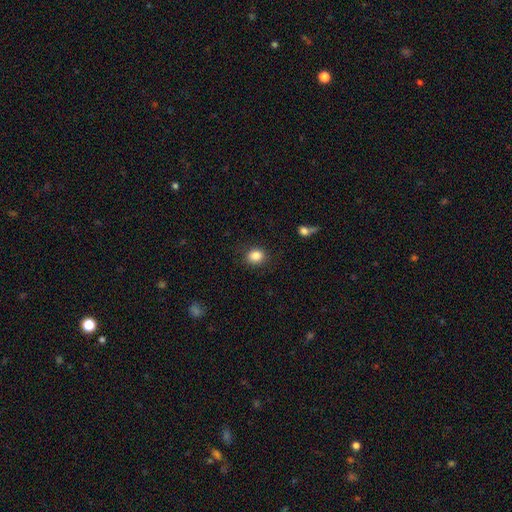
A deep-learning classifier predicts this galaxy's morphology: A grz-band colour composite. It shows a smooth galaxy with no disk features (86%) that is round (64%). Merging: none (87%).